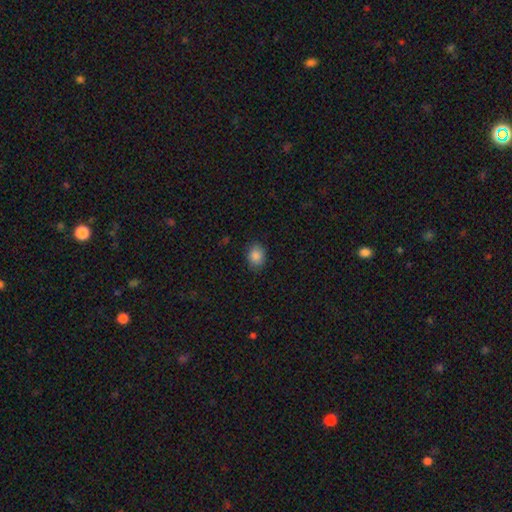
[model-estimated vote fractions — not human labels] Smooth or featured?
  - smooth: 86% *
  - star or artifact: 9%
  - featured or disk: 5%
How rounded?
  - round: 52% *
  - in between: 47%
  - cigar-shaped: 1%
Merging?
  - none: 84% *
  - minor disturbance: 12%
  - major disturbance: 3%
  - merger: 1%